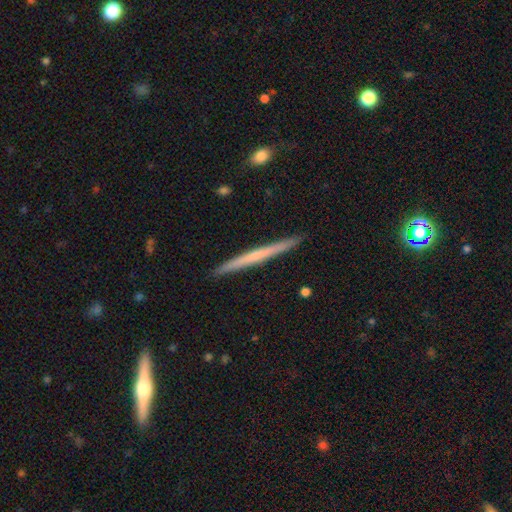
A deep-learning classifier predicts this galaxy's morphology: Smooth or featured? Predicted: featured or disk (p=0.51). Edge-on disk? Predicted: yes (p=0.98). Merging? Predicted: none (p=0.92).